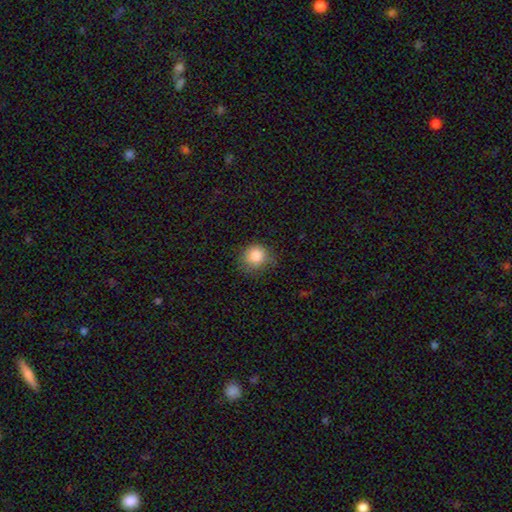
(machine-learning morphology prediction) The model was most divided on "merging": none: 72%, minor disturbance: 22%, major disturbance: 6%, merger: 1%. More confident: how rounded — round (87%); smooth or featured — smooth (85%).